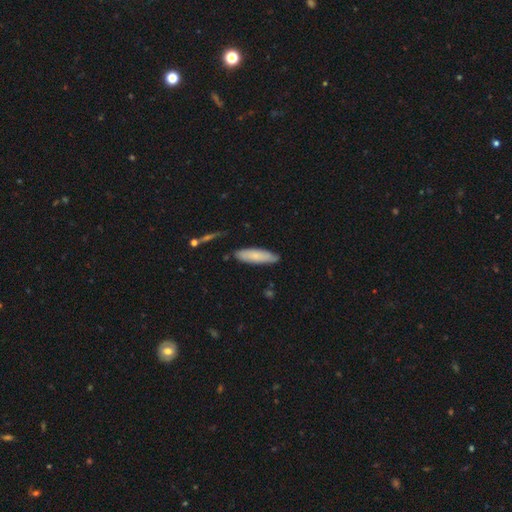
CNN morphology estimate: Smooth or featured? Predicted: smooth (p=0.74). How rounded? Predicted: cigar-shaped (p=0.59). Merging? Predicted: none (p=0.81).